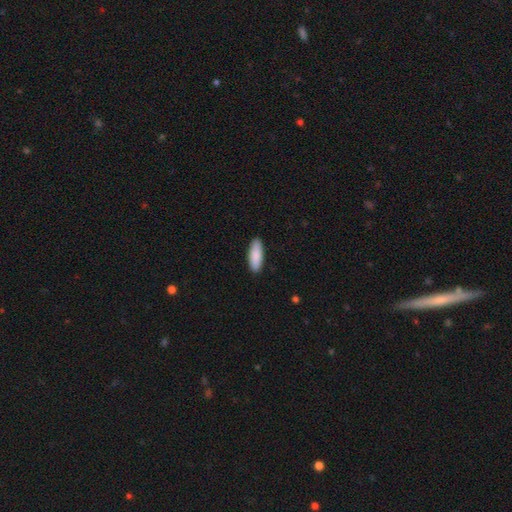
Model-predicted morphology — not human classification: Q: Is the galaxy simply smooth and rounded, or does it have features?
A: smooth — 88%.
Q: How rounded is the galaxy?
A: in between — 61%.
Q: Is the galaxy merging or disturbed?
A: none — 90%.